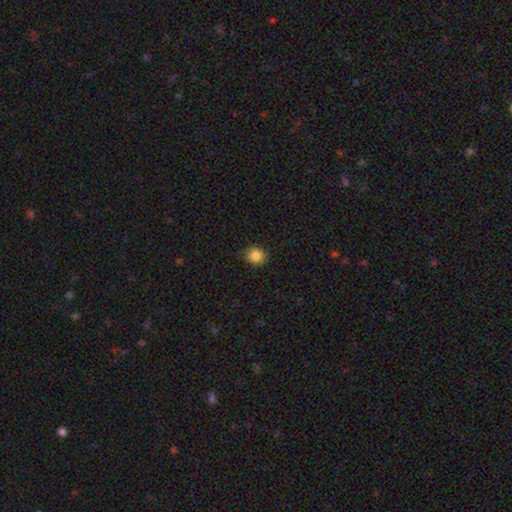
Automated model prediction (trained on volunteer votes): smooth_or_featured: smooth (p=0.84) [alt: star or artifact p=0.10]
how_rounded: round (p=0.78) [alt: in between p=0.21]
merging: none (p=0.86) [alt: minor disturbance p=0.11]